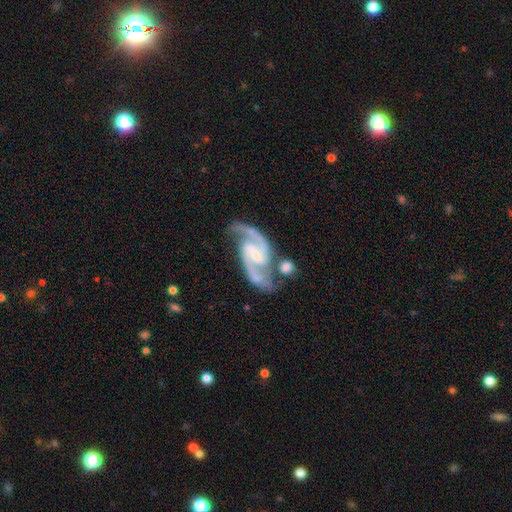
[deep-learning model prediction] Smooth or featured?
  - featured or disk: 93% *
  - star or artifact: 4%
  - smooth: 3%
Edge-on disk?
  - no: 98% *
  - yes: 2%
Bar?
  - weak: 50% *
  - strong: 26%
  - no: 24%
Spiral arms?
  - yes: 98% *
  - no: 2%
Spiral winding?
  - medium: 62% *
  - loose: 23%
  - tight: 15%
Spiral arm count?
  - 2: 94% *
  - 3: 1%
  - can't tell: 1%
  - 1: 1%
  - 4: 1%
  - more than 4: 1%
Bulge size?
  - small: 52% *
  - moderate: 28%
  - none: 15%
  - large: 3%
  - dominant: 1%
Merging?
  - none: 63% *
  - minor disturbance: 17%
  - merger: 13%
  - major disturbance: 7%